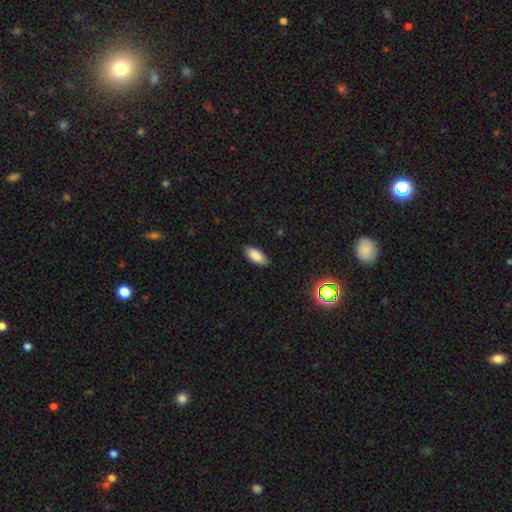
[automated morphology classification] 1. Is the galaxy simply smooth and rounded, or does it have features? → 88% smooth, 7% star or artifact, 5% featured or disk.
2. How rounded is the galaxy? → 89% in between, 9% cigar-shaped, 2% round.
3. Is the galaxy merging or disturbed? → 87% none, 10% minor disturbance, 2% major disturbance, 1% merger.